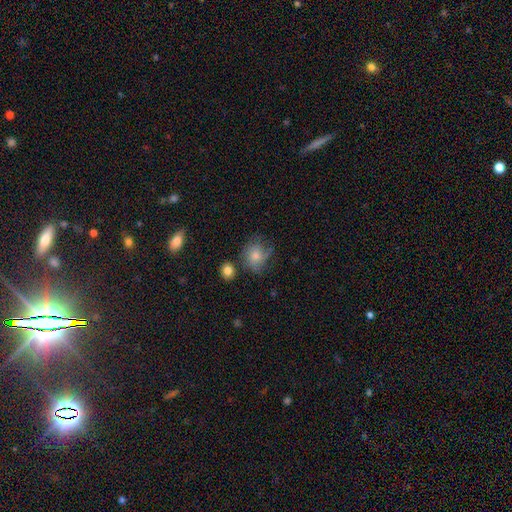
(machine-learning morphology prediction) Q: Smooth or featured?
A: smooth (68%); runner-up: featured or disk (23%)
Q: How rounded?
A: round (70%); runner-up: in between (29%)
Q: Merging?
A: none (53%); runner-up: minor disturbance (27%)